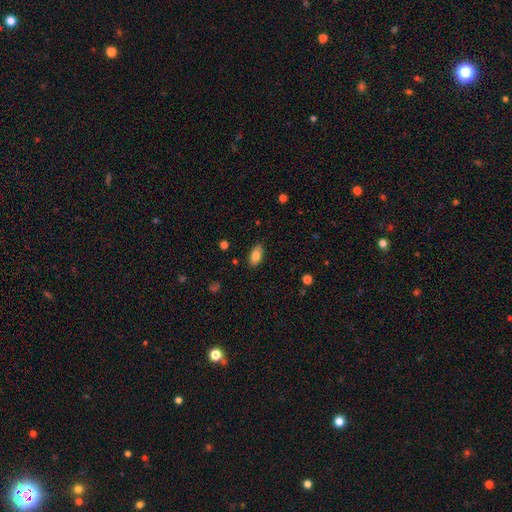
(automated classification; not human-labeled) Morphology: type=smooth (83%); roundness=in between (91%); merging=none (86%).